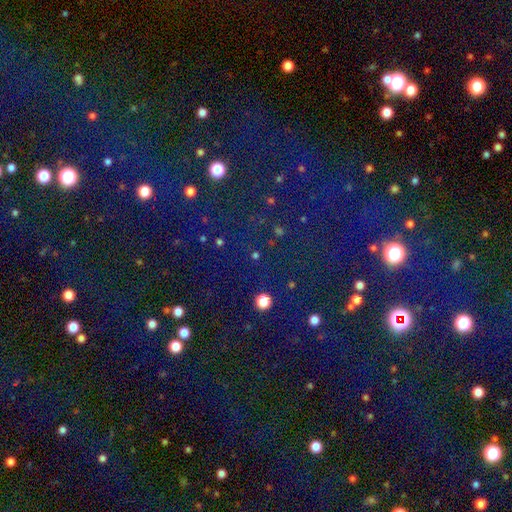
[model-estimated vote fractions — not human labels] smooth-or-featured: star or artifact: 76% | smooth: 16% | featured or disk: 8%